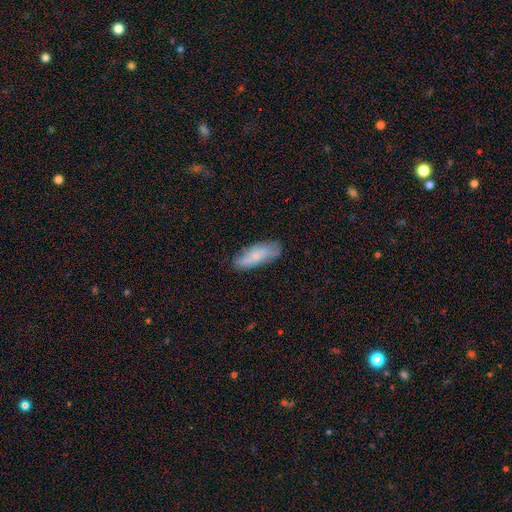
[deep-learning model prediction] smooth-or-featured: smooth: 62% | featured or disk: 31% | star or artifact: 7%
  how-rounded: in between: 71% | cigar-shaped: 27% | round: 2%
  merging: none: 74% | minor disturbance: 20% | major disturbance: 4% | merger: 2%